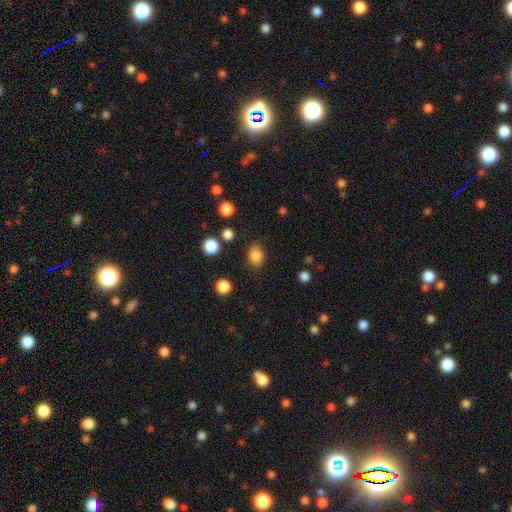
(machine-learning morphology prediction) Smooth or featured? Predicted: smooth (p=0.84). How rounded? Predicted: in between (p=0.54). Merging? Predicted: none (p=0.83).